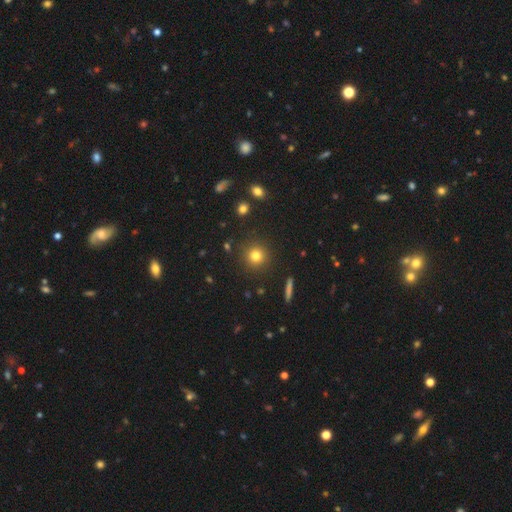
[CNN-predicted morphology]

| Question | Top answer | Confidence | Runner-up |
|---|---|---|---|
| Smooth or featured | smooth | 79% | star or artifact (13%) |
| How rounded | round | 93% | in between (6%) |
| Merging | none | 90% | minor disturbance (6%) |